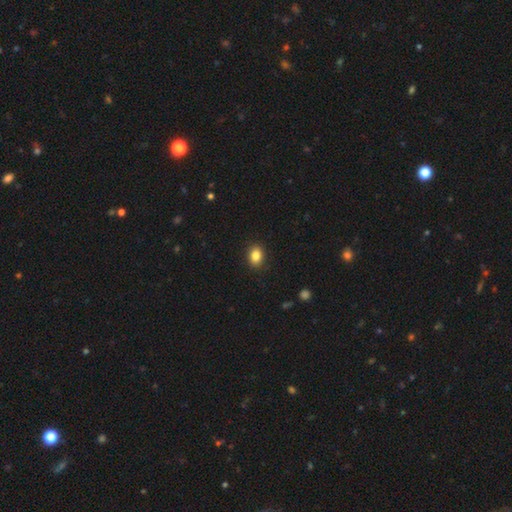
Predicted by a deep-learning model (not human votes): This is clearly a smooth galaxy (85%). How rounded: likely in between (68%). Merging: clearly none (90%).